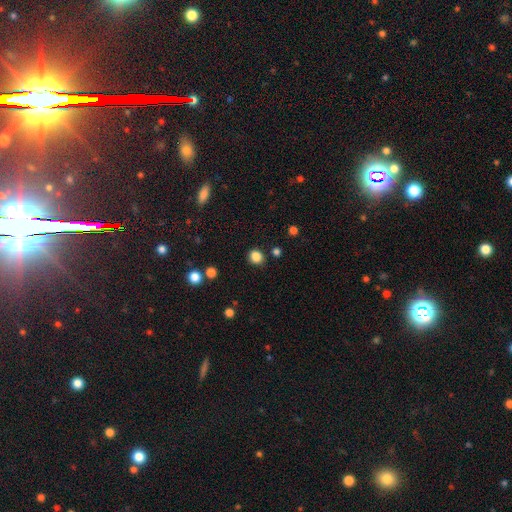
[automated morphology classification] type=smooth (85%); roundness=round (75%); merging=none (86%).